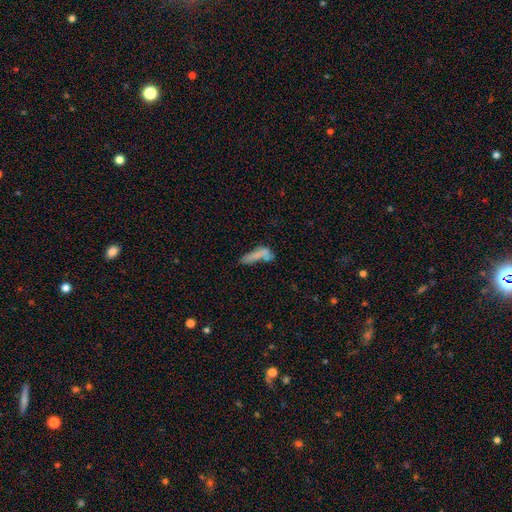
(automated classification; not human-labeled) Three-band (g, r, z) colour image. It shows a smooth galaxy with no disk features (68%) that is cigar-shaped (59%). Merging: none (35%, tied with merger).